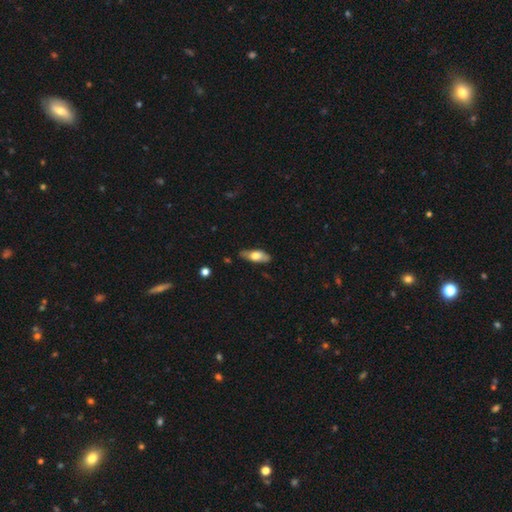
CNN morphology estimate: A smooth galaxy with no disk features (61%) that is in between round and cigar-shaped (71%).

Vote fractions:
- Smooth or featured? smooth: 61% / featured or disk: 33% / star or artifact: 6%
- How rounded? in between: 71% / cigar-shaped: 26% / round: 3%
- Merging? none: 77% / minor disturbance: 18% / major disturbance: 3% / merger: 2%